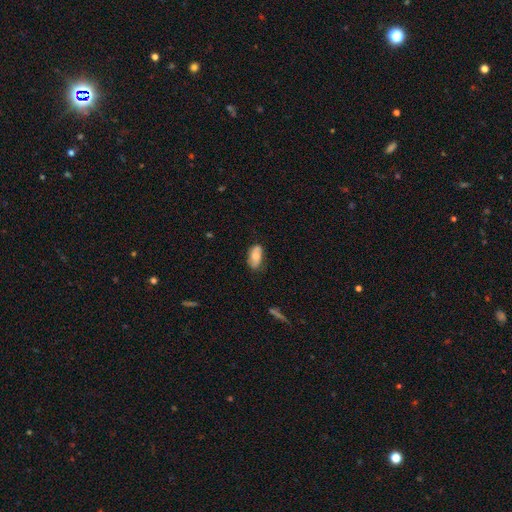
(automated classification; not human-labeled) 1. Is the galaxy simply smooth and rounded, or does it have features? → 71% smooth, 22% featured or disk, 7% star or artifact.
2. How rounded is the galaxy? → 92% in between, 4% cigar-shaped, 4% round.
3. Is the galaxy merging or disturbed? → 71% none, 23% minor disturbance, 4% major disturbance, 2% merger.